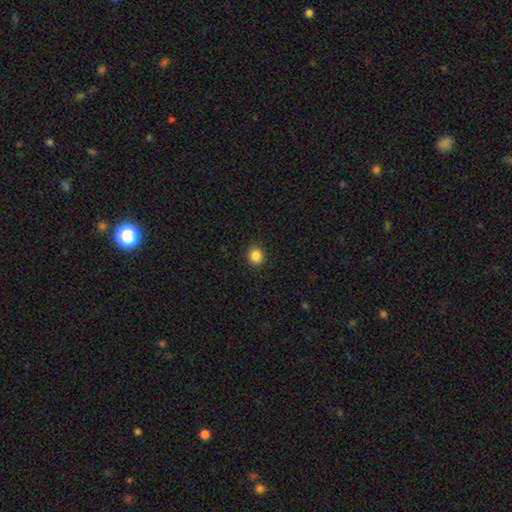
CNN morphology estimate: smooth-or-featured: smooth: 86% | star or artifact: 11% | featured or disk: 3%
  how-rounded: round: 89% | in between: 10% | cigar-shaped: 1%
  merging: none: 92% | minor disturbance: 5% | major disturbance: 2% | merger: 1%